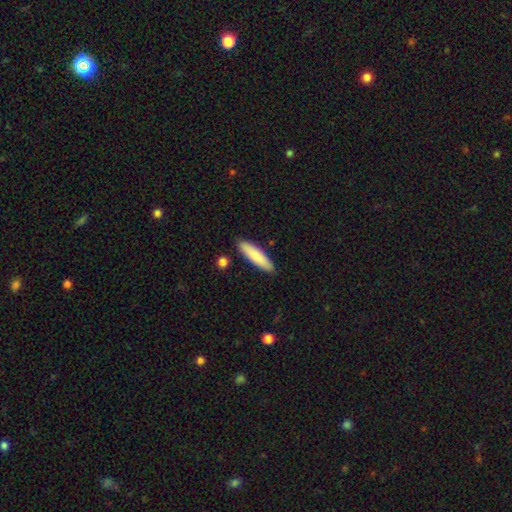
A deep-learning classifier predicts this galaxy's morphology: A smooth galaxy with no disk features (85%) that is cigar-shaped (72%). Merging: none (88%).